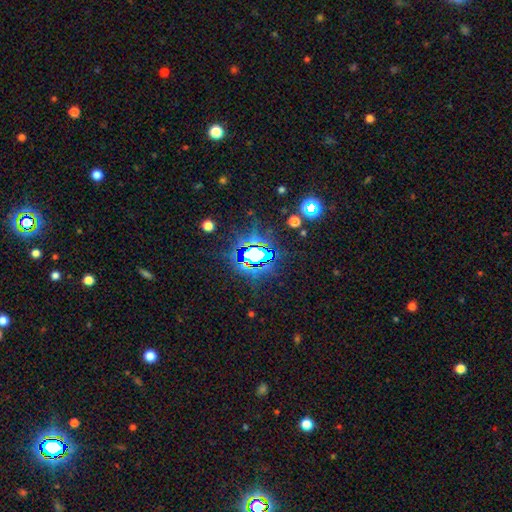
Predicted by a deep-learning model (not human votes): star or artifact 72%, smooth 16%, featured or disk 12%.